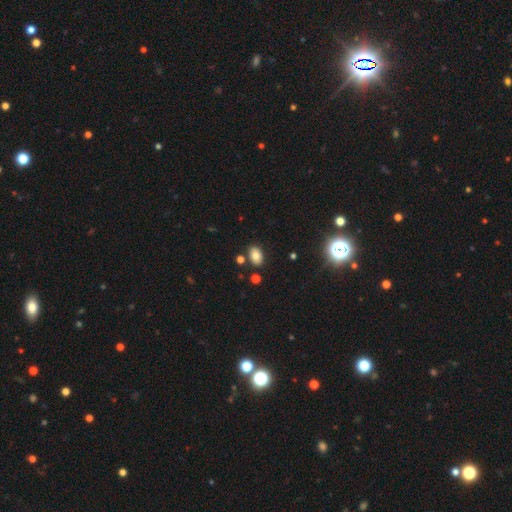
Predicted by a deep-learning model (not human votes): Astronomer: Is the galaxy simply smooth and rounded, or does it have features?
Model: smooth — 79%.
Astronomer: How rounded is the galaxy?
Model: in between — 84%.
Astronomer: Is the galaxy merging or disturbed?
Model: none — 82%.